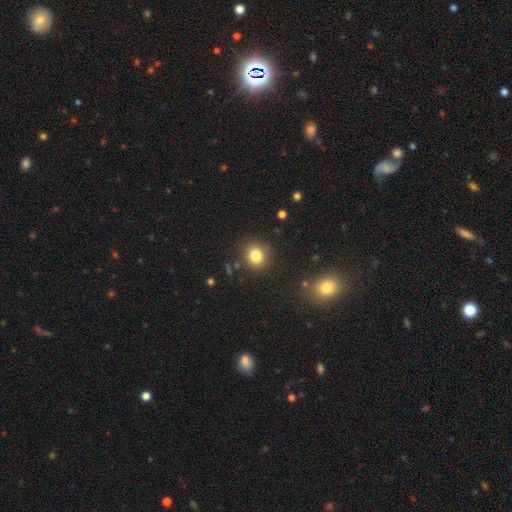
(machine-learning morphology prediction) This appears to be a smooth galaxy with no disk features (81%) that is round (80%). Merging: none (86%).